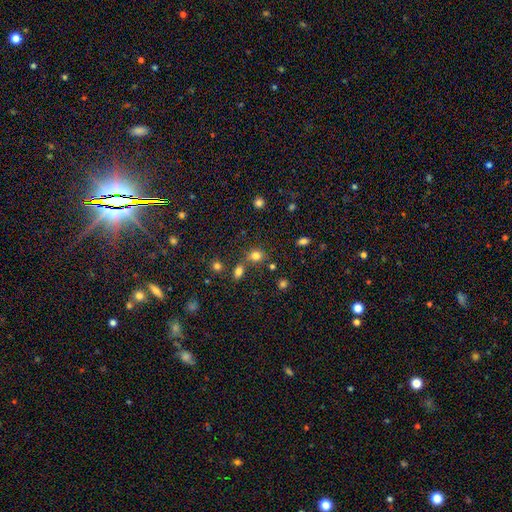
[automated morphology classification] A smooth galaxy with no disk features (78%) that is round (61%).

Vote fractions:
- Smooth or featured? smooth: 78% / star or artifact: 15% / featured or disk: 7%
- How rounded? round: 61% / in between: 38% / cigar-shaped: 1%
- Merging? none: 65% / merger: 19% / minor disturbance: 12% / major disturbance: 4%